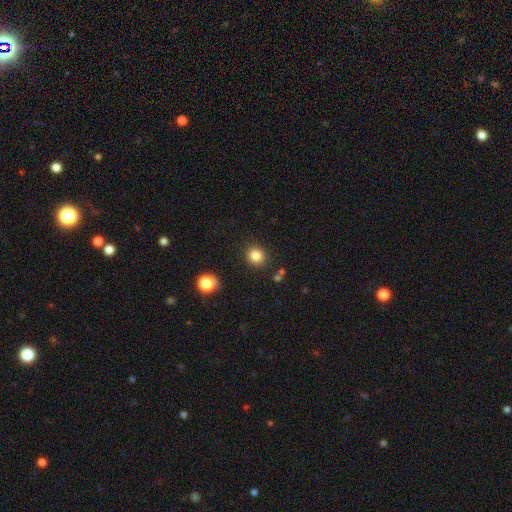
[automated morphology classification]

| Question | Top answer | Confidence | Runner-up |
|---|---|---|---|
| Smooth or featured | smooth | 83% | star or artifact (12%) |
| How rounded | round | 84% | in between (15%) |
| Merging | none | 87% | minor disturbance (7%) |